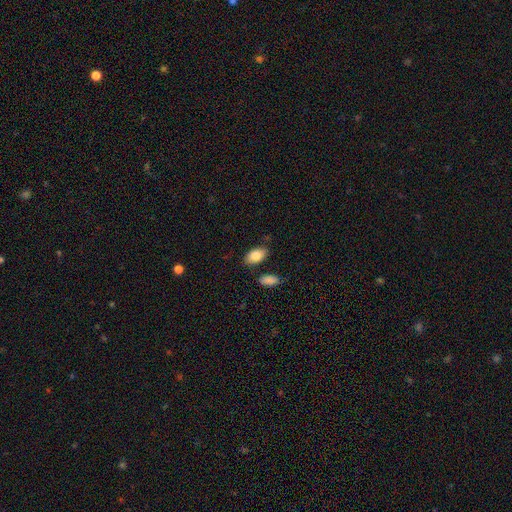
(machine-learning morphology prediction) Smooth or featured? Predicted: smooth (p=0.86). How rounded? Predicted: in between (p=0.93). Merging? Predicted: none (p=0.80).